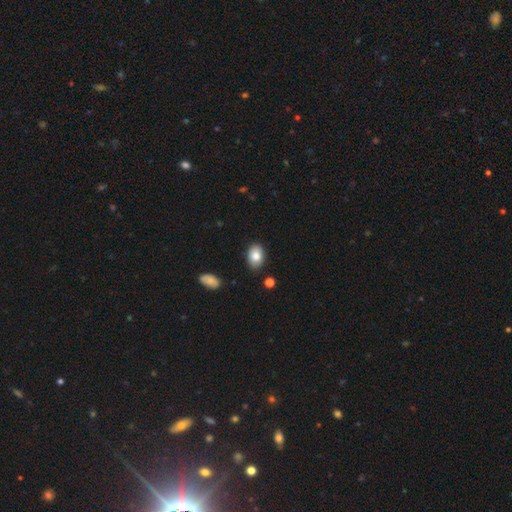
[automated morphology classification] Smooth or featured?
  - smooth: 84% *
  - featured or disk: 9%
  - star or artifact: 7%
How rounded?
  - in between: 87% *
  - round: 12%
  - cigar-shaped: 1%
Merging?
  - none: 82% *
  - minor disturbance: 13%
  - major disturbance: 2%
  - merger: 2%